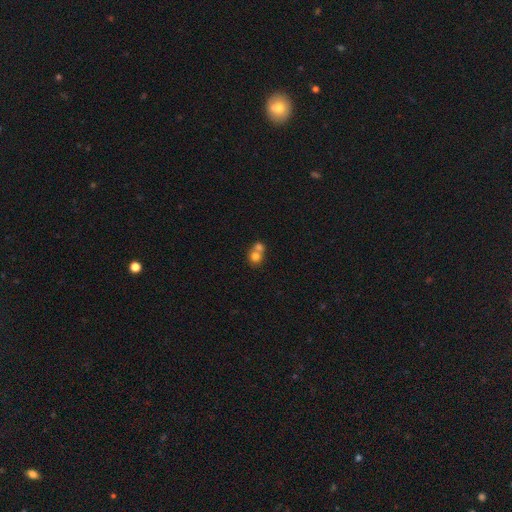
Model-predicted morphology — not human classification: Smooth or featured: smooth — 74% (featured or disk — 16%)
How rounded: round — 78% (in between — 21%)
Merging: merger — 61% (none — 30%)